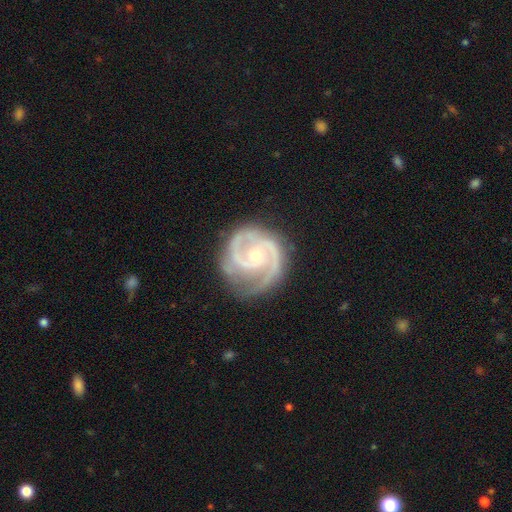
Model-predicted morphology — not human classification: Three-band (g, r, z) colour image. It shows a featured or disk galaxy (92%) with no bar (62%), 2 (77%) tight (50%) spiral arms (98%) and a small central bulge (55%). Merging: none (75%).